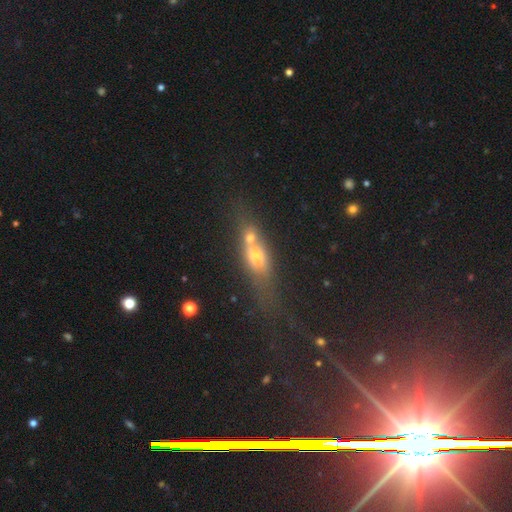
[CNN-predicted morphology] smooth-or-featured: smooth: 47% | featured or disk: 36% | star or artifact: 17%
  merging: merger: 51% | none: 28% | minor disturbance: 11% | major disturbance: 9%